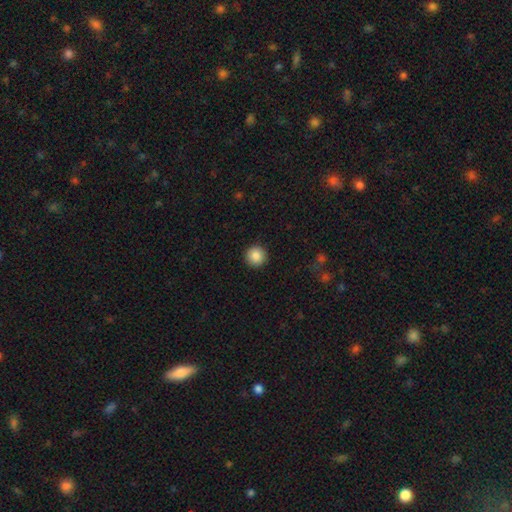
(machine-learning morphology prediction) This is clearly a smooth galaxy (87%). How rounded: clearly round (96%). Merging: clearly none (93%).